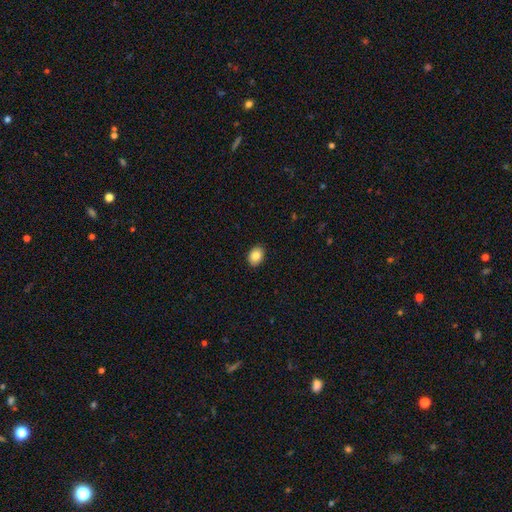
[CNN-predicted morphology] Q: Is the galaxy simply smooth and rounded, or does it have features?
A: smooth — 84%.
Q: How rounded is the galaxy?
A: in between — 75%.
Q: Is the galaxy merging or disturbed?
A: none — 90%.